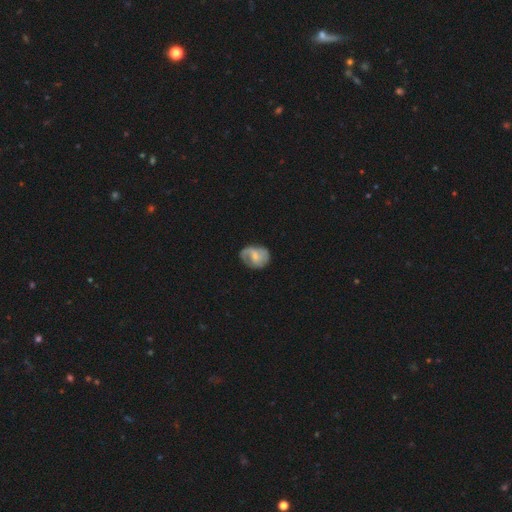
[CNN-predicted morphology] smooth_or_featured: featured or disk (p=0.56) [alt: smooth p=0.37]
disk_edge_on: no (p=0.97) [alt: yes p=0.03]
bar: weak (p=0.47) [alt: no p=0.41]
has_spiral_arms: yes (p=0.80) [alt: no p=0.20]
bulge_size: small (p=0.40) [alt: moderate p=0.35]
merging: none (p=0.58) [alt: minor disturbance p=0.25]